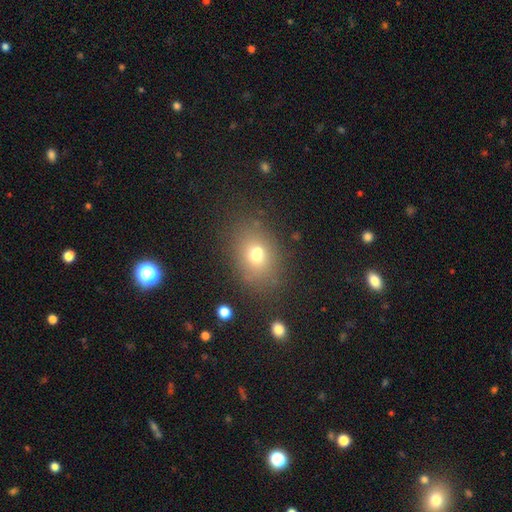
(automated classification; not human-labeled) Smooth or featured: smooth — 70% (star or artifact — 16%)
How rounded: in between — 64% (round — 35%)
Merging: none — 72% (minor disturbance — 14%)